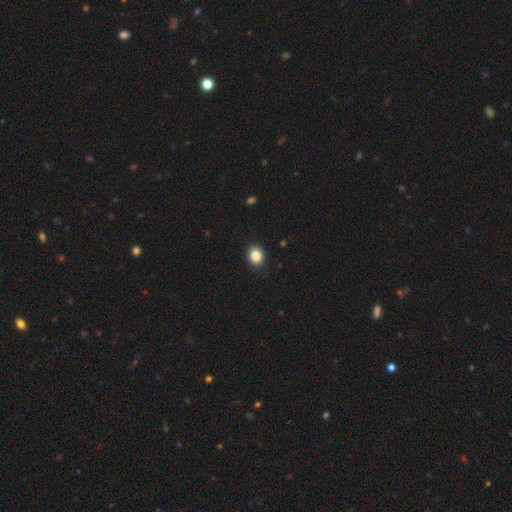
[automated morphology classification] A smooth galaxy with no disk features (86%) that is round (65%).

Vote fractions:
- Smooth or featured? smooth: 86% / star or artifact: 10% / featured or disk: 5%
- How rounded? round: 65% / in between: 34% / cigar-shaped: 1%
- Merging? none: 91% / minor disturbance: 7% / major disturbance: 2% / merger: 1%